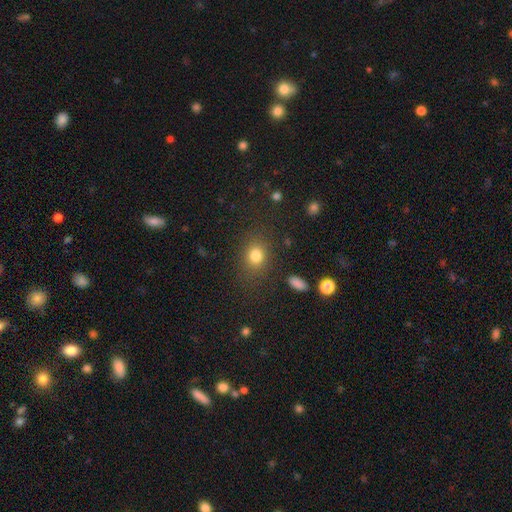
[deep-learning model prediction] This appears to be a smooth galaxy with no disk features (81%) that is round (58%). Merging: none (81%).